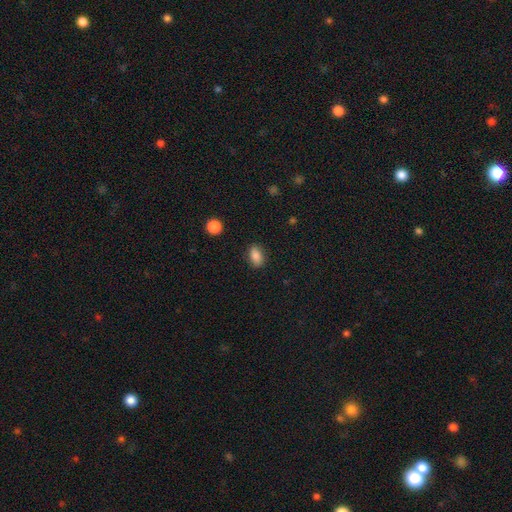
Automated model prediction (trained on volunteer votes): Q: Smooth or featured?
A: smooth (85%); runner-up: star or artifact (9%)
Q: How rounded?
A: in between (86%); runner-up: round (11%)
Q: Merging?
A: none (86%); runner-up: minor disturbance (10%)